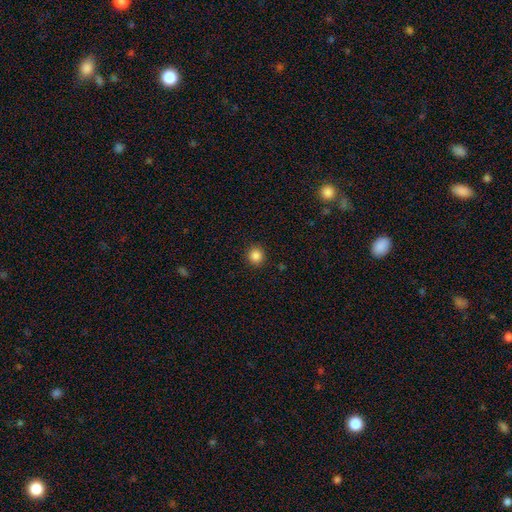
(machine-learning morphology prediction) Smooth or featured?
  - smooth: 85% *
  - star or artifact: 11%
  - featured or disk: 3%
How rounded?
  - round: 93% *
  - in between: 6%
  - cigar-shaped: 1%
Merging?
  - none: 92% *
  - minor disturbance: 5%
  - major disturbance: 2%
  - merger: 1%